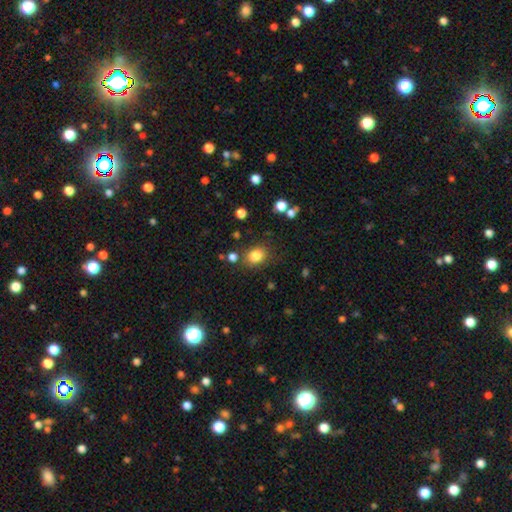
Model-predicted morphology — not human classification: Smooth or featured: smooth — 82% (star or artifact — 12%)
How rounded: round — 55% (in between — 44%)
Merging: none — 78% (minor disturbance — 12%)